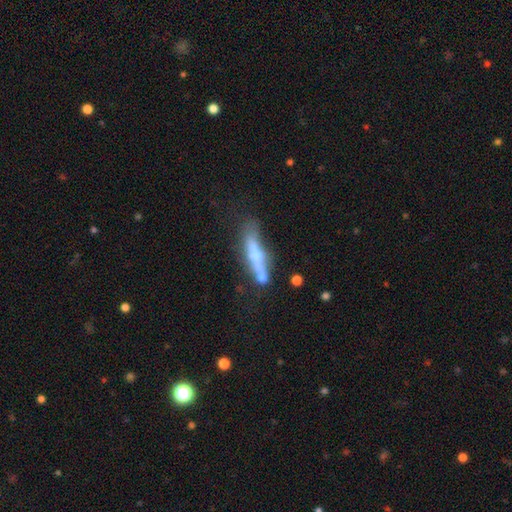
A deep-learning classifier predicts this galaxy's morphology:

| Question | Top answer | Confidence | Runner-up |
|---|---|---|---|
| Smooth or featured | featured or disk | 50% | smooth (42%) |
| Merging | none | 42% | minor disturbance (22%) |